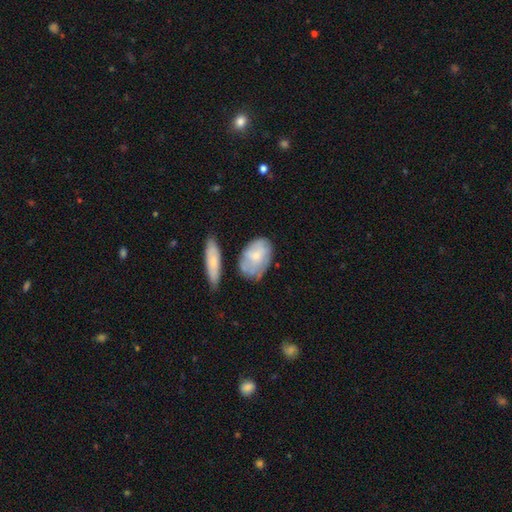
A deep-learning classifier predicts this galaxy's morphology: The model was most divided on "smooth or featured": smooth: 59%, featured or disk: 35%, star or artifact: 6%. More confident: how rounded — in between (84%); merging — none (54%).